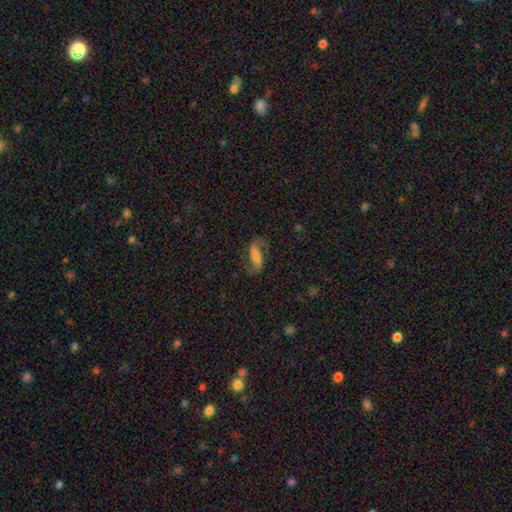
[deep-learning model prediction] The model was most divided on "bar": strong: 40%, weak: 37%, no: 22%. Remaining: edge-on disk — no (94%); spiral arms — yes (93%); spiral arm count — 2 (90%); merging — none (73%); smooth or featured — featured or disk (70%); spiral winding — loose (63%); bulge size — none (32%).